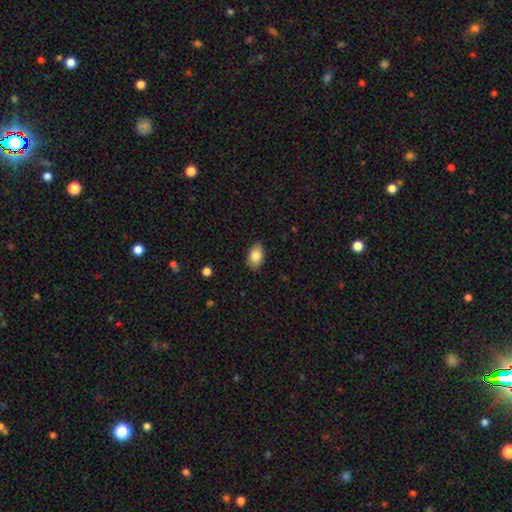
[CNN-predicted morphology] Overall: smooth (84%). How rounded: in between (91%). Merging: none (85%).